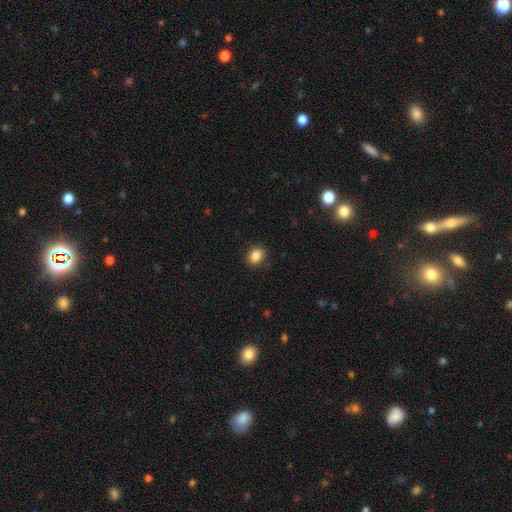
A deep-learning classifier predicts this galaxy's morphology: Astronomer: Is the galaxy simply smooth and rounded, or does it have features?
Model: smooth — 86%.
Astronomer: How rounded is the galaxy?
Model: in between — 57% (runner-up: round, 42%).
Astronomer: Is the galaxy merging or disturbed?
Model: none — 86%.